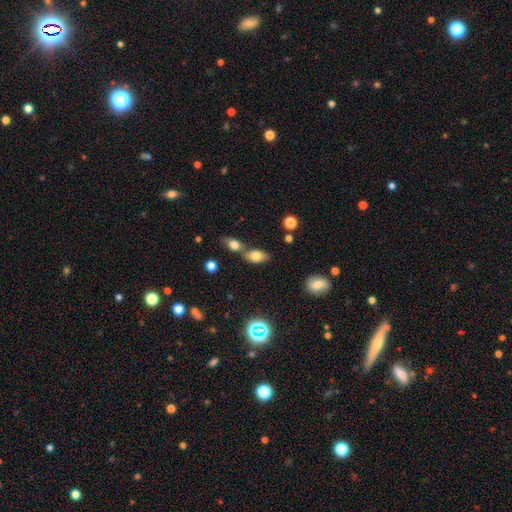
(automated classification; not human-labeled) This appears to be a smooth galaxy with no disk features (77%) that is in between round and cigar-shaped (87%). Merging: none (49%).